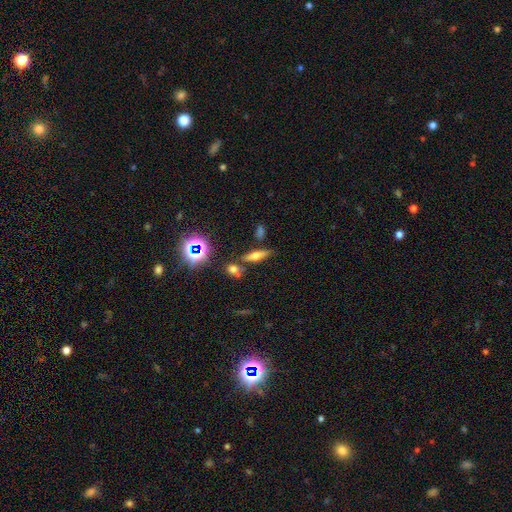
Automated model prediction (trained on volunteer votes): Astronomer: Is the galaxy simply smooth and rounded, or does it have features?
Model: smooth — 42% (runner-up: featured or disk, 39%).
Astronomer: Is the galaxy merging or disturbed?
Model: none — 75%.